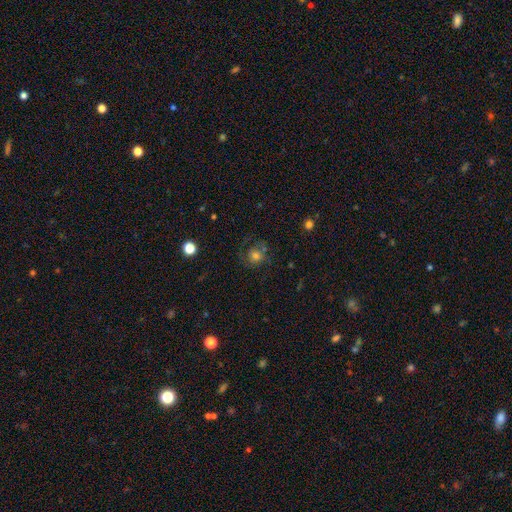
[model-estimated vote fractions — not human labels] smooth 56%, featured or disk 30%, star or artifact 13%. Down the decision tree: how rounded — round (81%); merging — none (57%).